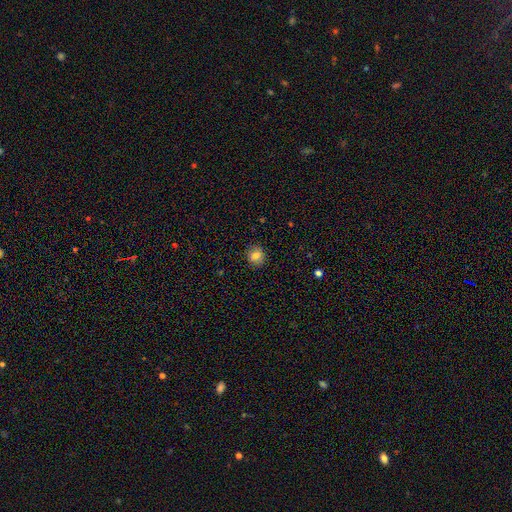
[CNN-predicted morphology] smooth_or_featured: smooth (p=0.79) [alt: star or artifact p=0.11]
how_rounded: round (p=0.80) [alt: in between p=0.19]
merging: none (p=0.87) [alt: minor disturbance p=0.09]